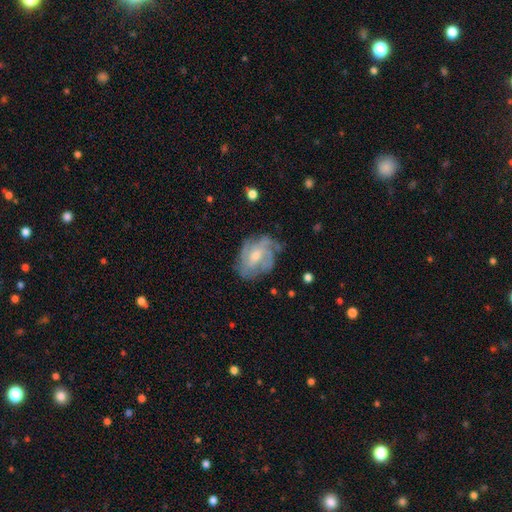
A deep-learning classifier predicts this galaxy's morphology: smooth-or-featured: featured or disk: 77% | smooth: 16% | star or artifact: 7%
  disk-edge-on: no: 97% | yes: 3%
    bar: no: 56% | weak: 37% | strong: 7%
    has-spiral-arms: yes: 90% | no: 10%
      spiral-winding: tight: 46% | medium: 40% | loose: 15%
      spiral-arm-count: can't tell: 34% | 4: 22% | 3: 21% | 2: 12% | more than 4: 6% | 1: 5%
    bulge-size: small: 50% | moderate: 44% | none: 2% | large: 2% | dominant: 1%
  merging: none: 65% | minor disturbance: 22% | major disturbance: 11% | merger: 2%